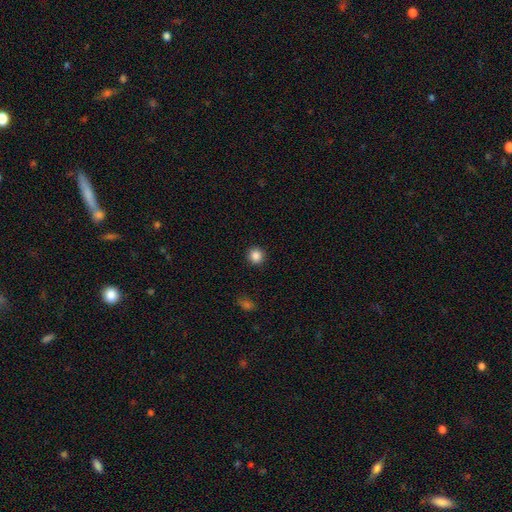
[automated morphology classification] This is clearly a smooth galaxy (86%). How rounded: clearly round (92%). Merging: clearly none (92%).